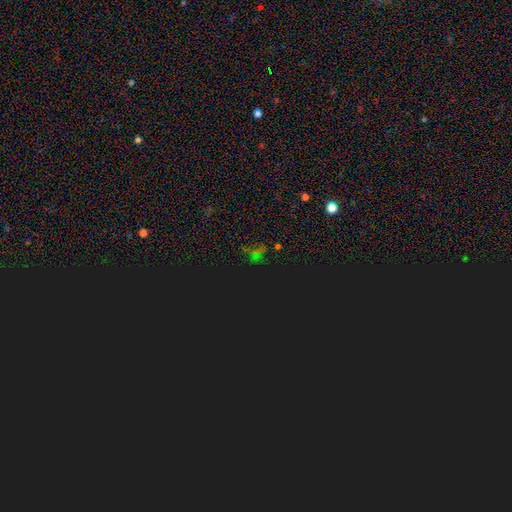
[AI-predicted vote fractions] Smooth or featured?
  - star or artifact: 73% *
  - smooth: 18%
  - featured or disk: 9%